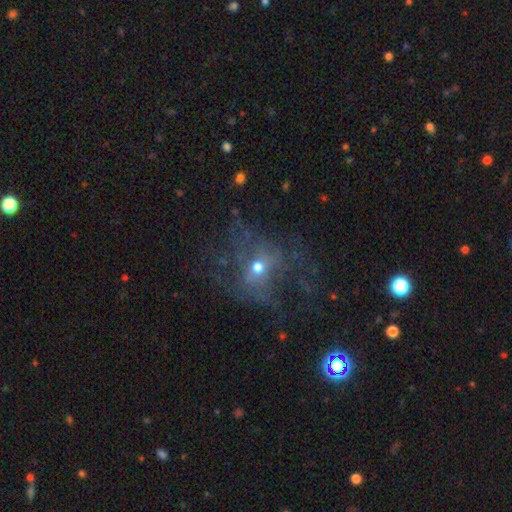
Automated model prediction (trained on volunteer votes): Smooth or featured? Predicted: featured or disk (p=0.46). Merging? Predicted: none (p=0.49).